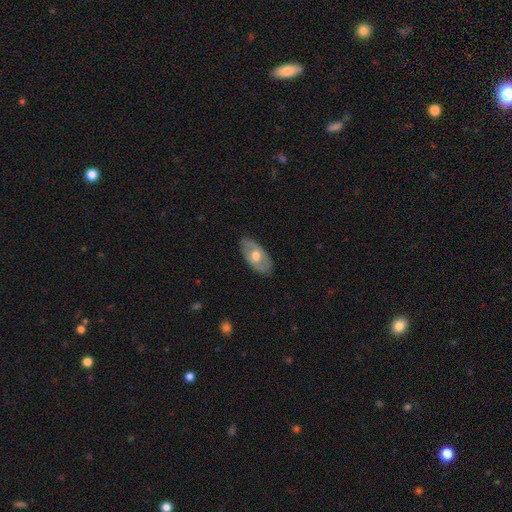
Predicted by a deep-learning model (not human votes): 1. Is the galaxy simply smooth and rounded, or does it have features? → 48% smooth, 47% featured or disk, 5% star or artifact.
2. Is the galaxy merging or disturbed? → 81% none, 15% minor disturbance, 3% major disturbance, 1% merger.